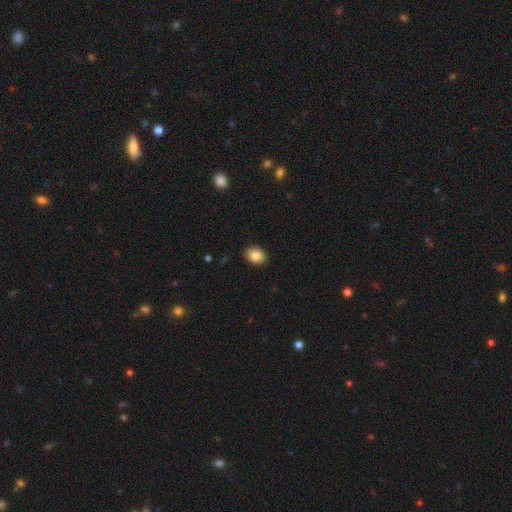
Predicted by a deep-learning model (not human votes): Q: Smooth or featured?
A: smooth (85%); runner-up: star or artifact (9%)
Q: How rounded?
A: in between (59%); runner-up: round (40%)
Q: Merging?
A: none (88%); runner-up: minor disturbance (9%)